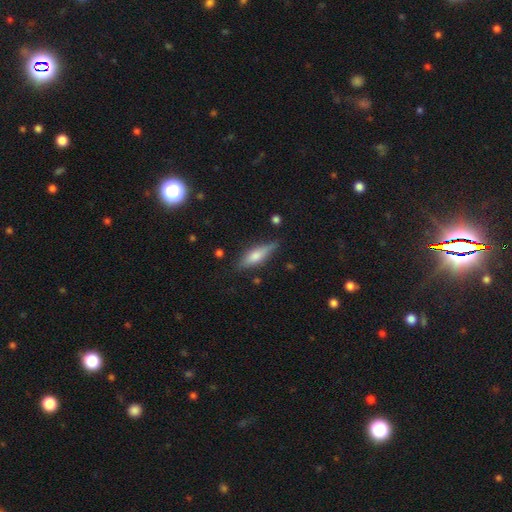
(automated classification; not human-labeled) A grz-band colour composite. It shows a smooth galaxy with no disk features (51%) that is cigar-shaped (59%). Merging: none (79%).